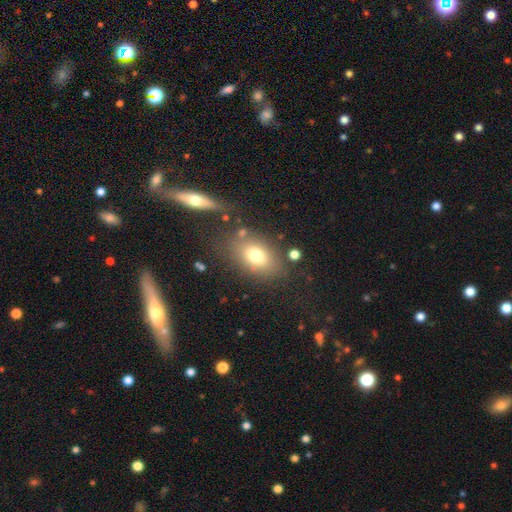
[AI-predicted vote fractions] A smooth galaxy with no disk features (74%) that is in between round and cigar-shaped (75%).

Vote fractions:
- Smooth or featured? smooth: 74% / featured or disk: 15% / star or artifact: 12%
- How rounded? in between: 75% / round: 23% / cigar-shaped: 2%
- Merging? none: 73% / minor disturbance: 14% / major disturbance: 7% / merger: 7%